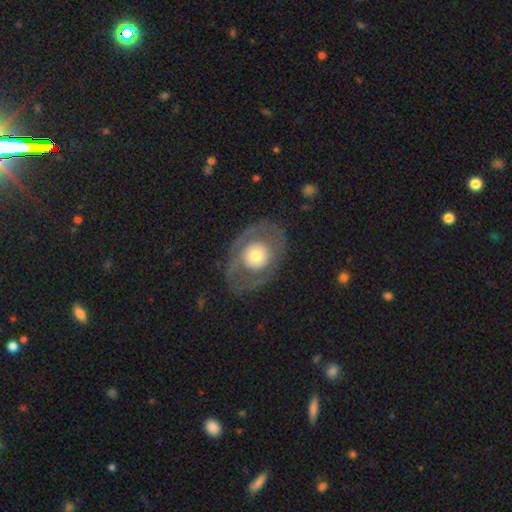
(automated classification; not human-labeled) This appears to be a featured or disk galaxy (58%) with no bar (86%), no spiral arms (75%) and a moderate central bulge (61%). Merging: none (69%).